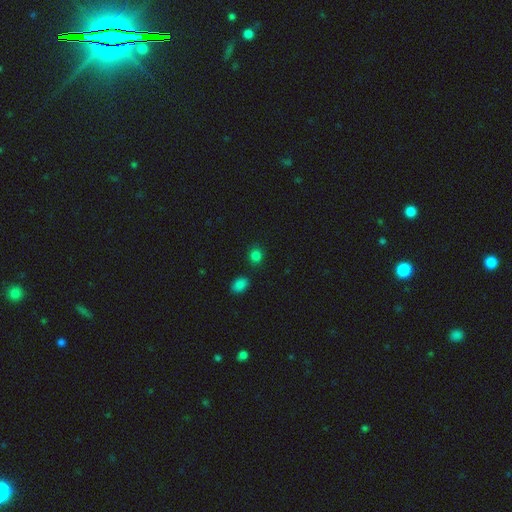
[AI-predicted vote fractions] A smooth galaxy with no disk features (82%) that is round (74%). Merging: none (83%).